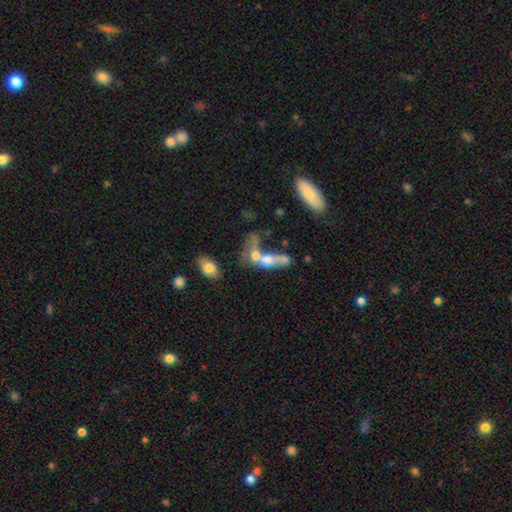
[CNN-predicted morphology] A smooth galaxy with no disk features (48%).

Vote fractions:
- Smooth or featured? smooth: 48% / featured or disk: 39% / star or artifact: 13%
- Merging? merger: 67% / major disturbance: 13% / none: 13% / minor disturbance: 7%